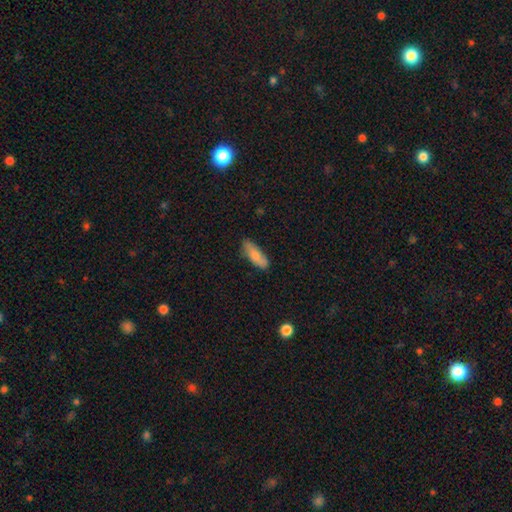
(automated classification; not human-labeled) smooth 80%, featured or disk 14%, star or artifact 6%. Down the decision tree: how rounded — in between (67%); merging — none (77%).